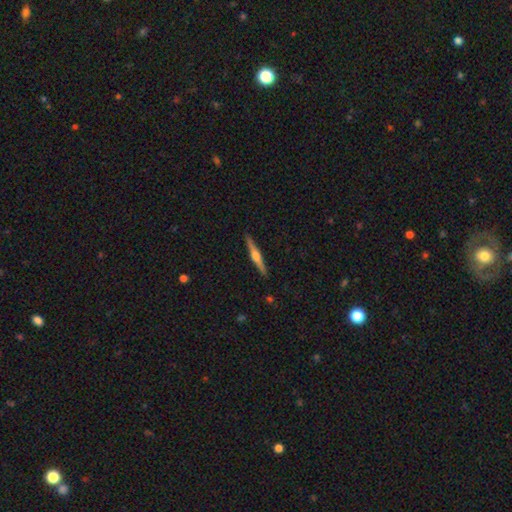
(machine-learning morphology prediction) smooth-or-featured: featured or disk: 72% | smooth: 22% | star or artifact: 6%
  disk-edge-on: yes: 98% | no: 2%
    edge-on-bulge: rounded: 90% | boxy: 6% | none: 4%
  merging: none: 92% | minor disturbance: 6% | major disturbance: 1% | merger: 1%